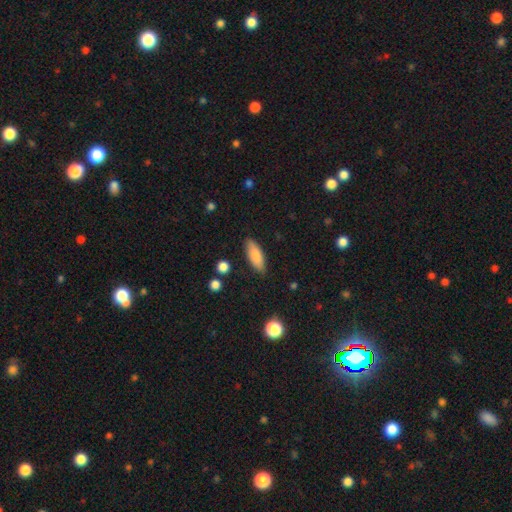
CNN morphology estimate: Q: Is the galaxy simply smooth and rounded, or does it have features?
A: smooth — 82%.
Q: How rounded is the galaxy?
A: in between — 68%.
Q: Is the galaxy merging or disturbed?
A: none — 86%.